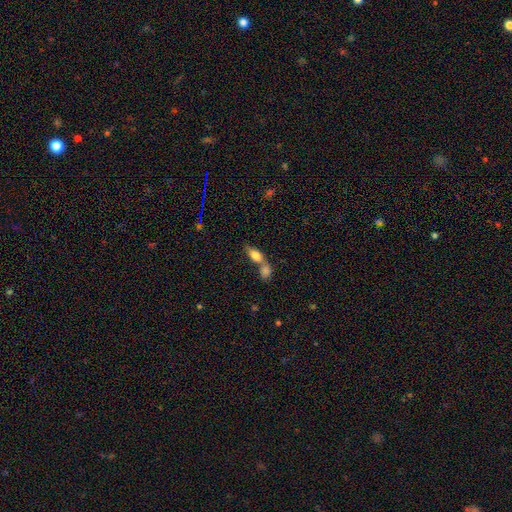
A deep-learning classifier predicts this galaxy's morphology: A smooth galaxy with no disk features (76%) that is in between round and cigar-shaped (79%). Merging: merger (56%).